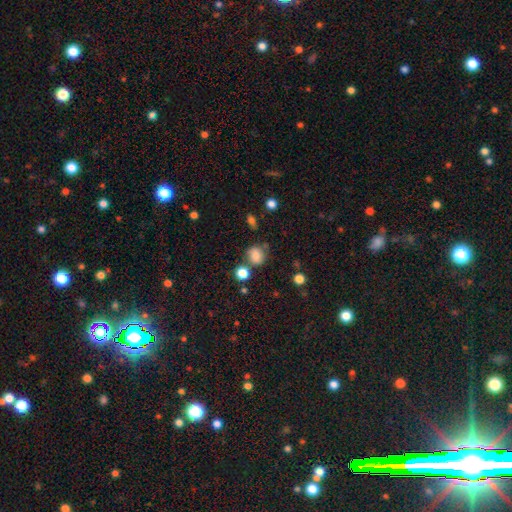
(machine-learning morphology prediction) Smooth or featured?
  - smooth: 80% *
  - star or artifact: 12%
  - featured or disk: 8%
How rounded?
  - round: 78% *
  - in between: 21%
  - cigar-shaped: 1%
Merging?
  - none: 68% *
  - minor disturbance: 16%
  - merger: 11%
  - major disturbance: 5%